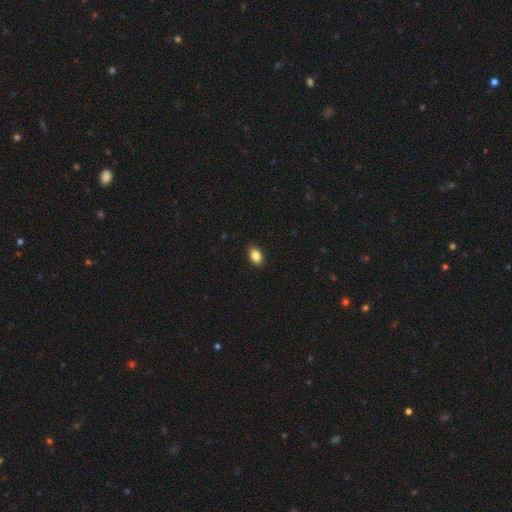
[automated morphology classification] Q: Smooth or featured?
A: smooth (87%); runner-up: star or artifact (8%)
Q: How rounded?
A: in between (89%); runner-up: round (10%)
Q: Merging?
A: none (89%); runner-up: minor disturbance (8%)